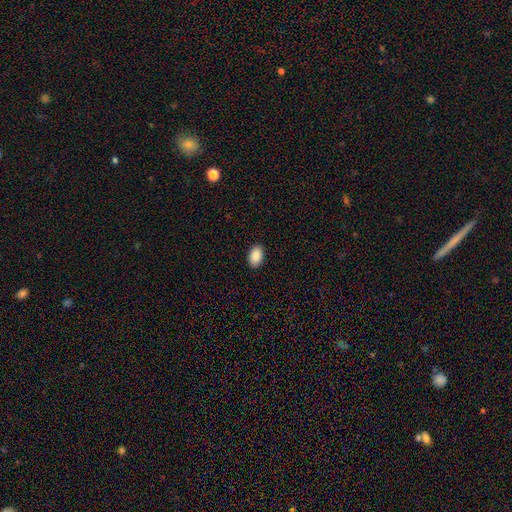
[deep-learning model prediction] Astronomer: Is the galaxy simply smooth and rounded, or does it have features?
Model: smooth — 90%.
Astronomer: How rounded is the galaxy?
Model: in between — 91%.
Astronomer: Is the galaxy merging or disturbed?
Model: none — 90%.